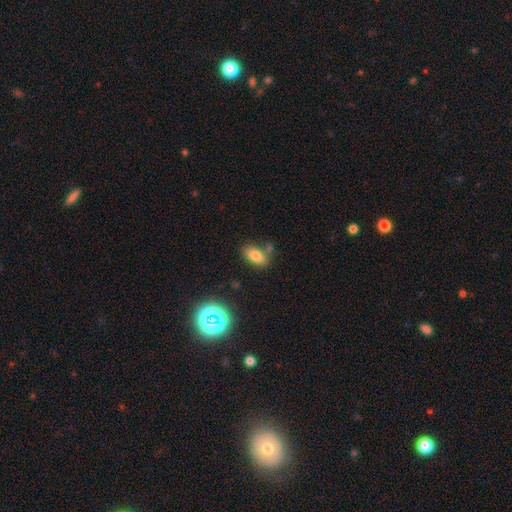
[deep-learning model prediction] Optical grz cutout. It shows a smooth galaxy with no disk features (78%) that is in between round and cigar-shaped (88%). Merging: none (69%).